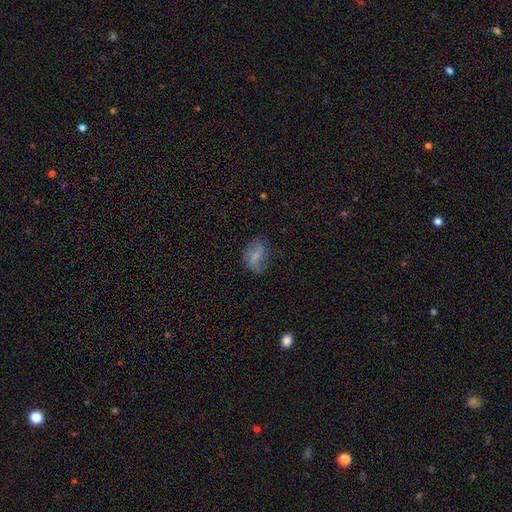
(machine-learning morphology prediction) This is possibly a smooth galaxy (58%). How rounded: likely in between (79%). Merging: likely none (60%).